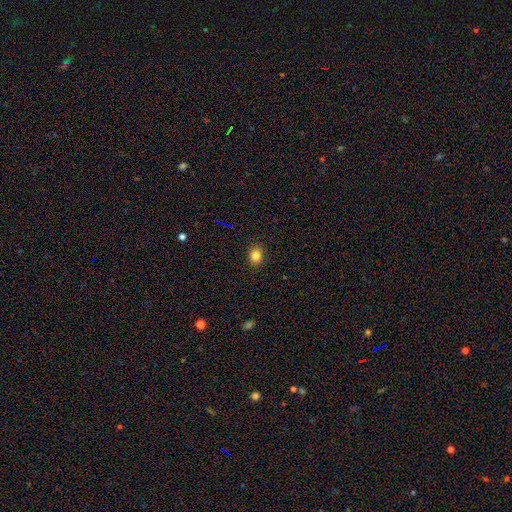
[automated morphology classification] type=smooth (82%); roundness=round (54%); merging=none (89%).